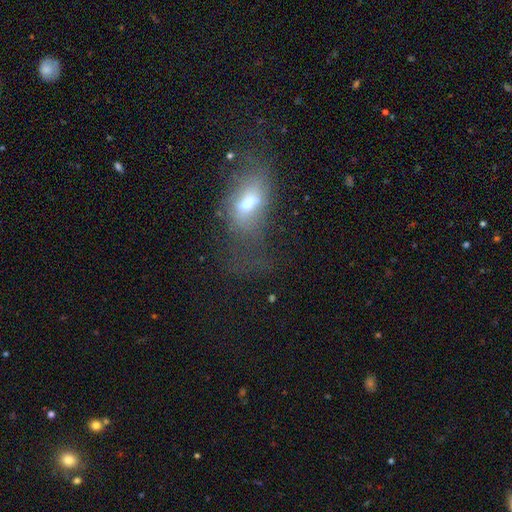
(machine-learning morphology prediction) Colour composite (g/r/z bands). It shows a smooth galaxy with no disk features (49%). Merging: none (46%).